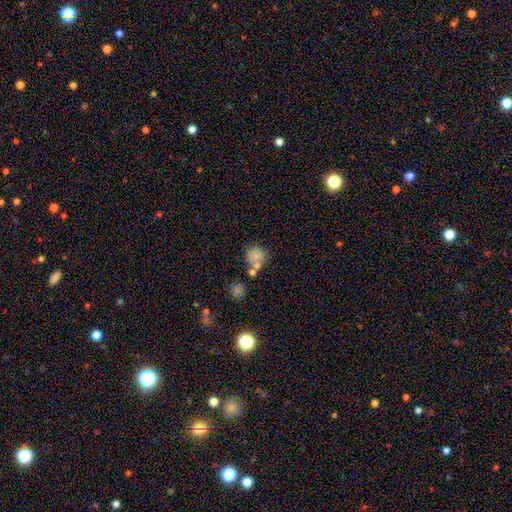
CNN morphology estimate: Q: Smooth or featured?
A: smooth (76%); runner-up: star or artifact (15%)
Q: How rounded?
A: round (85%); runner-up: in between (14%)
Q: Merging?
A: none (61%); runner-up: merger (22%)